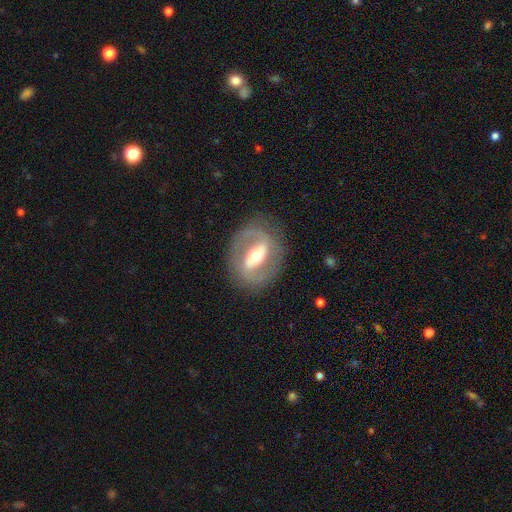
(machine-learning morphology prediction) Smooth or featured: featured or disk — 78% (smooth — 17%)
Edge-on disk: no — 93% (yes — 7%)
Bar: strong — 57% (weak — 28%)
Spiral arms: yes — 67% (no — 33%)
Bulge size: moderate — 69% (small — 16%)
Merging: none — 80% (minor disturbance — 12%)